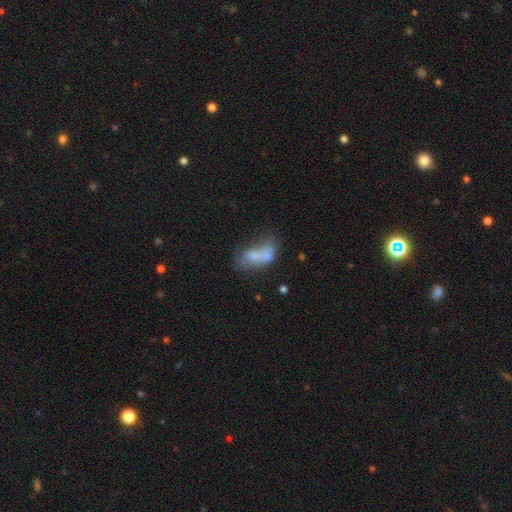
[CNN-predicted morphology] A smooth galaxy with no disk features (58%) that is in between round and cigar-shaped (84%). Merging: merger (40%).